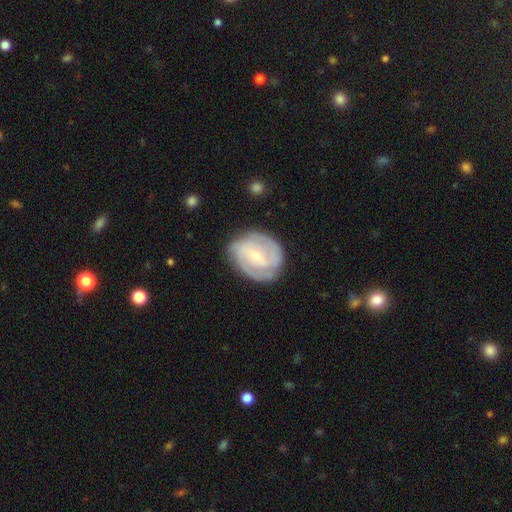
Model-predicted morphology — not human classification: Smooth or featured?
  - featured or disk: 80% *
  - smooth: 15%
  - star or artifact: 5%
Edge-on disk?
  - no: 97% *
  - yes: 3%
Bar?
  - weak: 48% *
  - no: 35%
  - strong: 17%
Spiral arms?
  - yes: 92% *
  - no: 8%
Spiral winding?
  - tight: 56% *
  - medium: 35%
  - loose: 9%
Spiral arm count?
  - 2: 40% *
  - can't tell: 25%
  - 3: 22%
  - 4: 6%
  - 1: 4%
  - more than 4: 4%
Bulge size?
  - small: 65% *
  - moderate: 32%
  - none: 1%
  - large: 1%
  - dominant: 1%
Merging?
  - none: 76% *
  - minor disturbance: 17%
  - major disturbance: 6%
  - merger: 1%